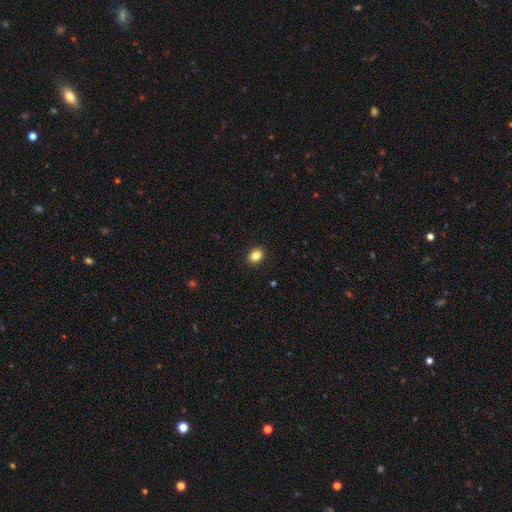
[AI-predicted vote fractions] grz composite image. It shows a smooth galaxy with no disk features (84%) that is in between round and cigar-shaped (53%). Merging: none (91%).